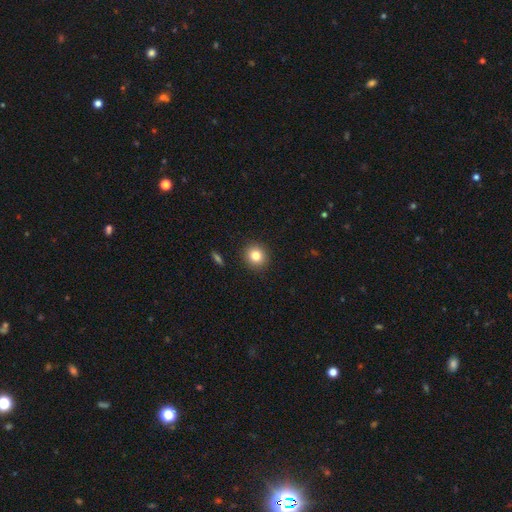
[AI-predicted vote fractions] A smooth galaxy with no disk features (82%) that is round (88%). Merging: none (91%).